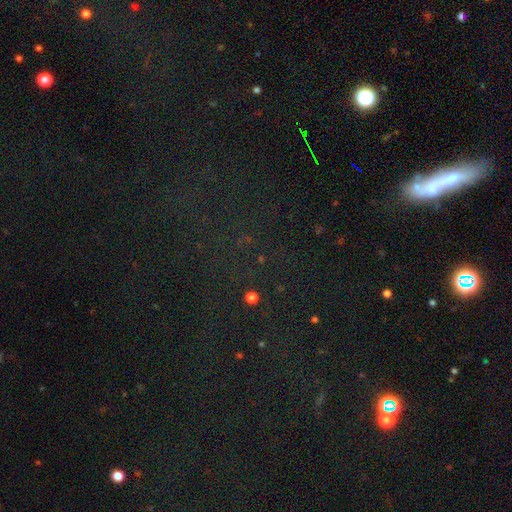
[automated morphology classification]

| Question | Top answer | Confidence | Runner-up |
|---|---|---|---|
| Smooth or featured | star or artifact | 58% | smooth (27%) |